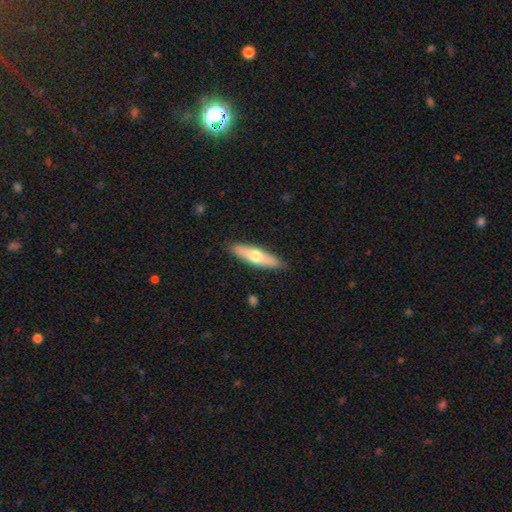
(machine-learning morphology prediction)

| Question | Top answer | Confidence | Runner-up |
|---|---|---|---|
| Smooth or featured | smooth | 58% | featured or disk (37%) |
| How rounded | cigar-shaped | 65% | in between (33%) |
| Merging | none | 88% | minor disturbance (9%) |